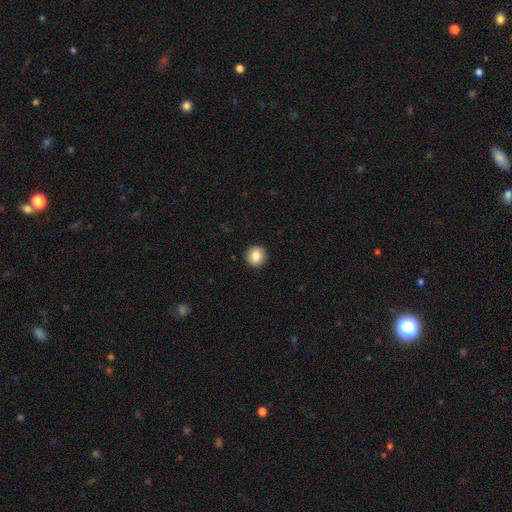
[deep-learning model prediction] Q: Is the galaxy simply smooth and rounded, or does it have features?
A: smooth — 86%.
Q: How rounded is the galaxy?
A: round — 94%.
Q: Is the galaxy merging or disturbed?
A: none — 93%.